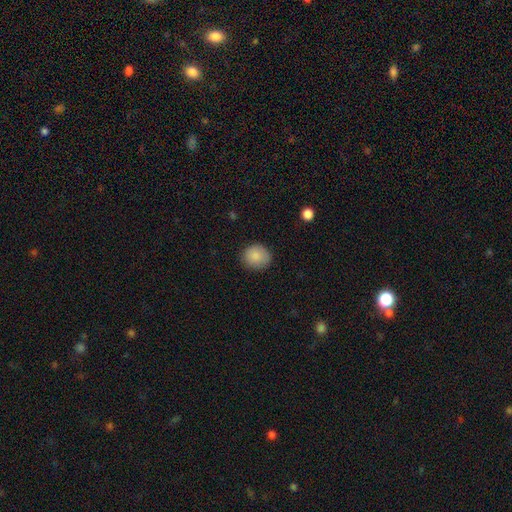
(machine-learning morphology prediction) smooth-or-featured: smooth: 87% | star or artifact: 8% | featured or disk: 5%
  how-rounded: round: 83% | in between: 16% | cigar-shaped: 1%
  merging: none: 85% | minor disturbance: 11% | major disturbance: 3% | merger: 1%